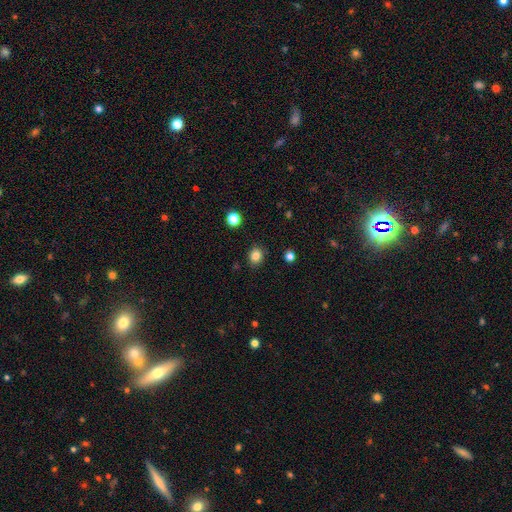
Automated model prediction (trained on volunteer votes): Smooth or featured? smooth (83%)
How rounded? round (70%)
Merging? none (88%)